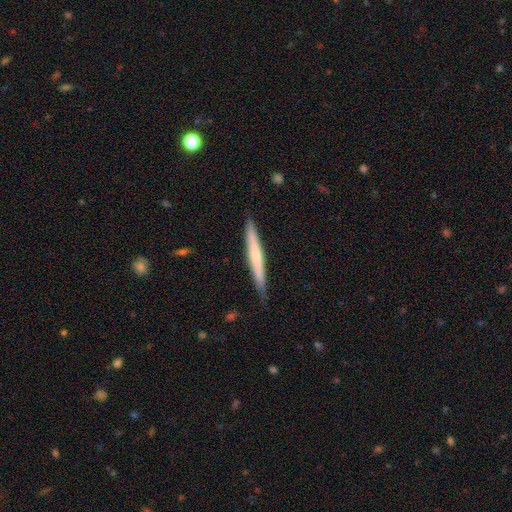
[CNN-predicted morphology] Q: Smooth or featured?
A: featured or disk (48%); runner-up: smooth (46%)
Q: Merging?
A: none (87%); runner-up: minor disturbance (11%)